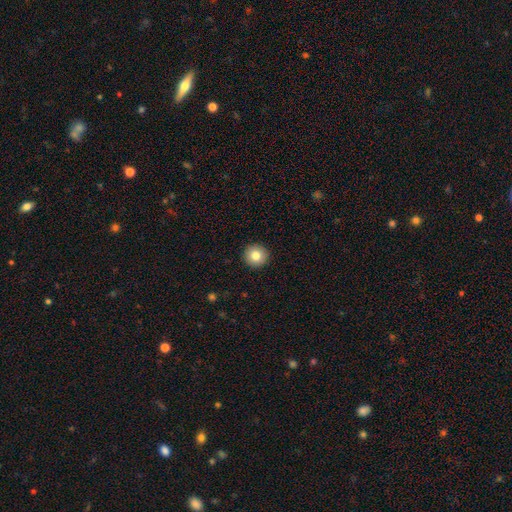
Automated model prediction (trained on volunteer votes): smooth-or-featured: smooth: 82% | star or artifact: 9% | featured or disk: 9%
  how-rounded: round: 95% | in between: 4% | cigar-shaped: 1%
  merging: none: 93% | minor disturbance: 4% | major disturbance: 1% | merger: 1%